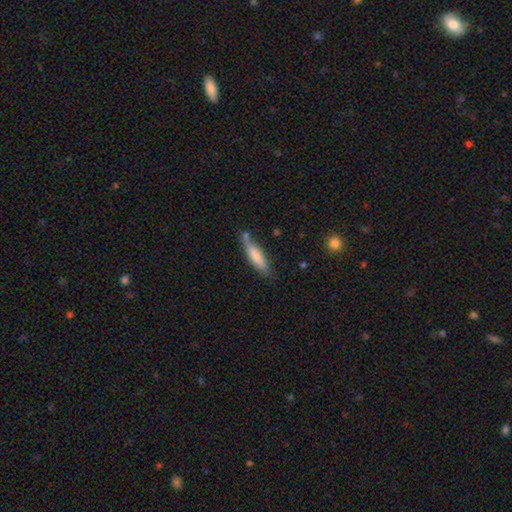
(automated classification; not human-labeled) Overall: smooth (73%). How rounded: cigar-shaped (71%). Merging: none (63%; minor disturbance 24%).